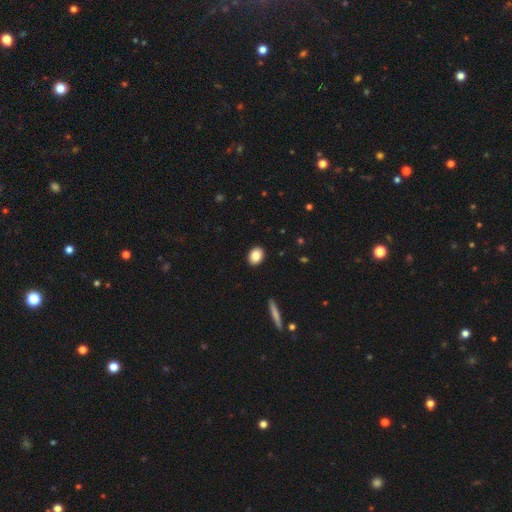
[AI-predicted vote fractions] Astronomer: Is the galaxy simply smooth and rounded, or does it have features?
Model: smooth — 85%.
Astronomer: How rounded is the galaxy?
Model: in between — 67%.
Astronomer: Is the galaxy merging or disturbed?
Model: none — 91%.